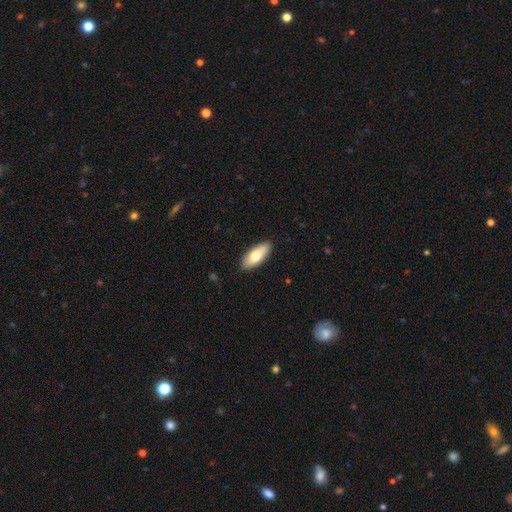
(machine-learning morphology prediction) Smooth or featured?
  - smooth: 75% *
  - featured or disk: 20%
  - star or artifact: 6%
How rounded?
  - in between: 81% *
  - cigar-shaped: 17%
  - round: 2%
Merging?
  - none: 88% *
  - minor disturbance: 9%
  - major disturbance: 2%
  - merger: 1%